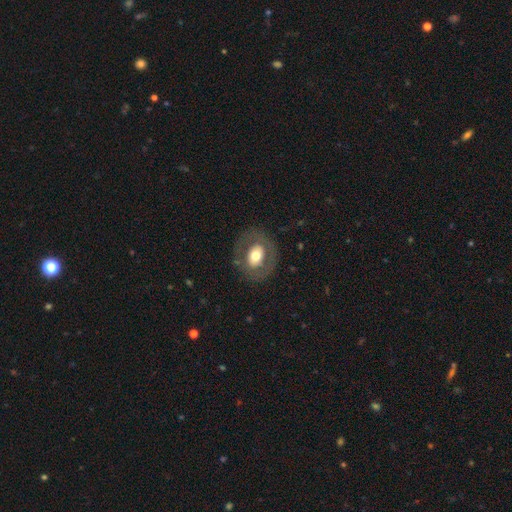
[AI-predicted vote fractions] Overall: smooth (52%; featured or disk 41%). How rounded: in between (52%; round 47%). Merging: none (78%).